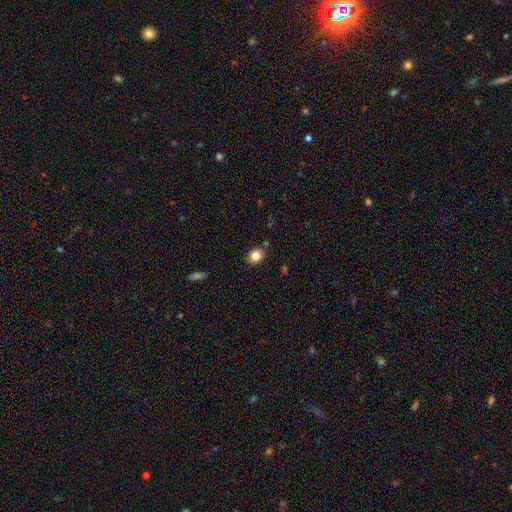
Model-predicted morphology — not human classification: A smooth galaxy with no disk features (84%) that is in between round and cigar-shaped (55%).

Vote fractions:
- Smooth or featured? smooth: 84% / star or artifact: 10% / featured or disk: 6%
- How rounded? in between: 55% / round: 44% / cigar-shaped: 1%
- Merging? none: 84% / minor disturbance: 11% / merger: 3% / major disturbance: 2%